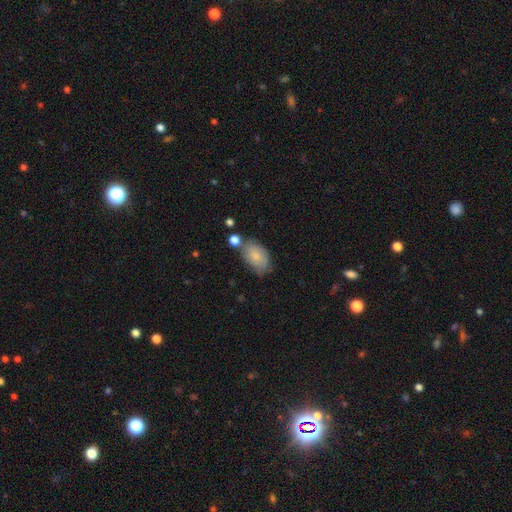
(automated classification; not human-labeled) Overall: smooth (78%). How rounded: in between (91%). Merging: none (59%; minor disturbance 24%).